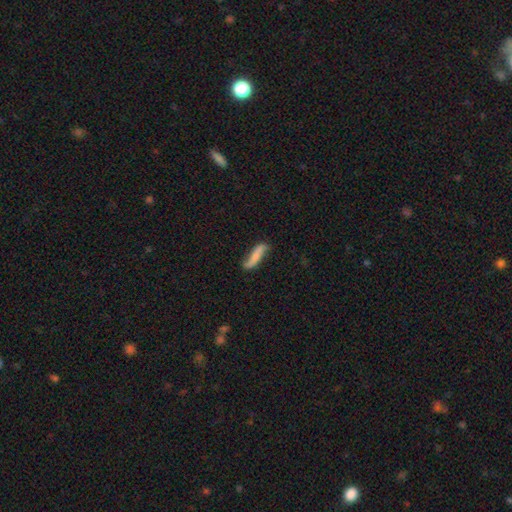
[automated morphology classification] smooth-or-featured: smooth: 56% | featured or disk: 37% | star or artifact: 7%
  how-rounded: cigar-shaped: 72% | in between: 25% | round: 2%
  merging: none: 64% | minor disturbance: 25% | major disturbance: 7% | merger: 3%